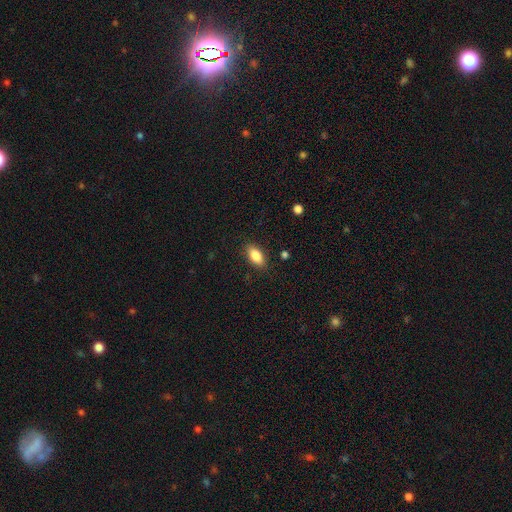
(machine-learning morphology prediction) A smooth galaxy with no disk features (86%) that is in between round and cigar-shaped (89%). Merging: none (87%).